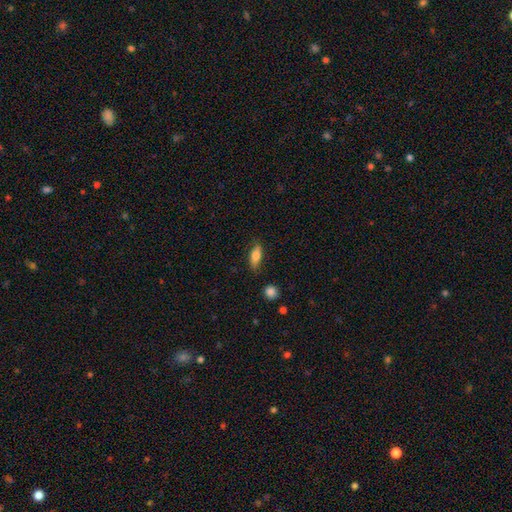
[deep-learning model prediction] Smooth or featured? Predicted: smooth (p=0.75). How rounded? Predicted: in between (p=0.73). Merging? Predicted: none (p=0.82).